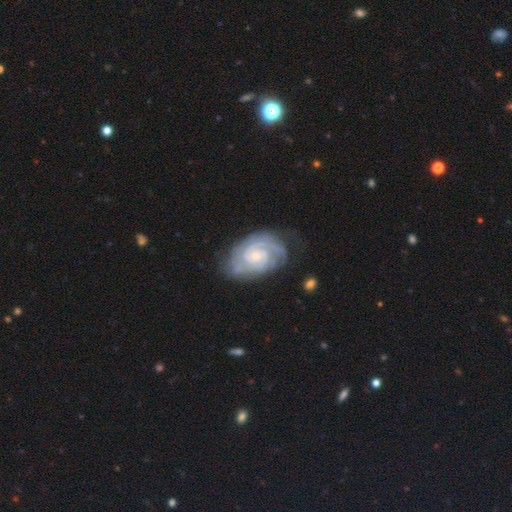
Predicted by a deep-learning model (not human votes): A featured or disk galaxy (87%) with no bar (64%), 2 (34%) tight (74%) spiral arms (97%) and a small central bulge (70%). Merging: none (72%).